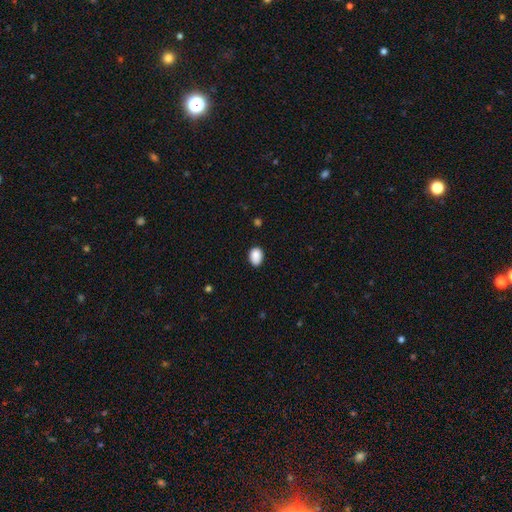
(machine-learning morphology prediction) smooth-or-featured: smooth: 89% | star or artifact: 8% | featured or disk: 3%
  how-rounded: in between: 71% | round: 28% | cigar-shaped: 1%
  merging: none: 82% | minor disturbance: 14% | major disturbance: 3% | merger: 1%